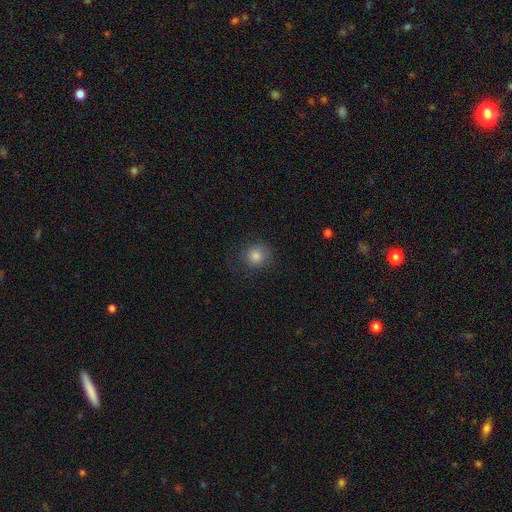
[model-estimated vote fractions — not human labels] The model was most divided on "merging": none: 75%, minor disturbance: 16%, major disturbance: 9%, merger: 1%. More confident: how rounded — round (89%); smooth or featured — smooth (80%).